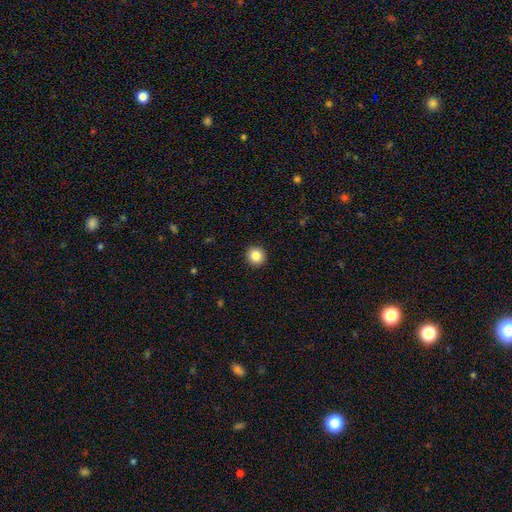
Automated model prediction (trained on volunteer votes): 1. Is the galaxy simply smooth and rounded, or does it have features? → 86% smooth, 10% star or artifact, 4% featured or disk.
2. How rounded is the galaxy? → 95% round, 5% in between, 1% cigar-shaped.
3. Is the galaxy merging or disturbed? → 93% none, 4% minor disturbance, 2% major disturbance, 1% merger.